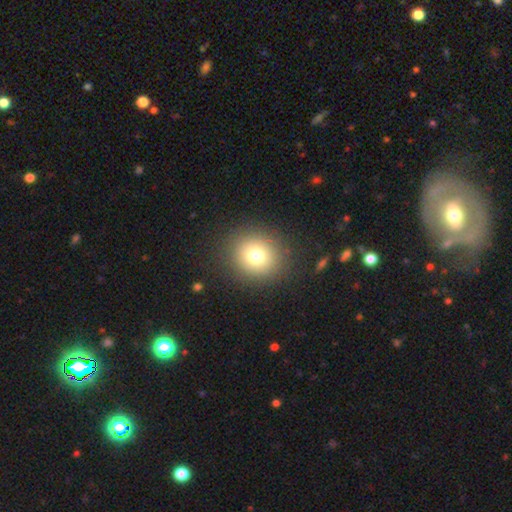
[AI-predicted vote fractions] Smooth or featured? Predicted: smooth (p=0.74). How rounded? Predicted: round (p=0.87). Merging? Predicted: none (p=0.88).